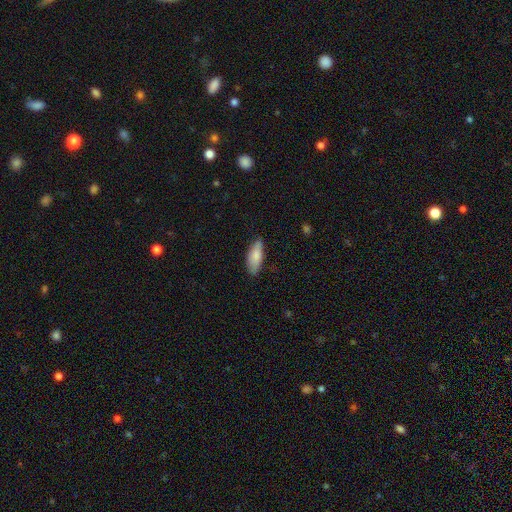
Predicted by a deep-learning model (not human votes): smooth-or-featured: smooth: 79% | featured or disk: 16% | star or artifact: 6%
  how-rounded: in between: 72% | cigar-shaped: 26% | round: 2%
  merging: none: 74% | minor disturbance: 21% | major disturbance: 3% | merger: 1%